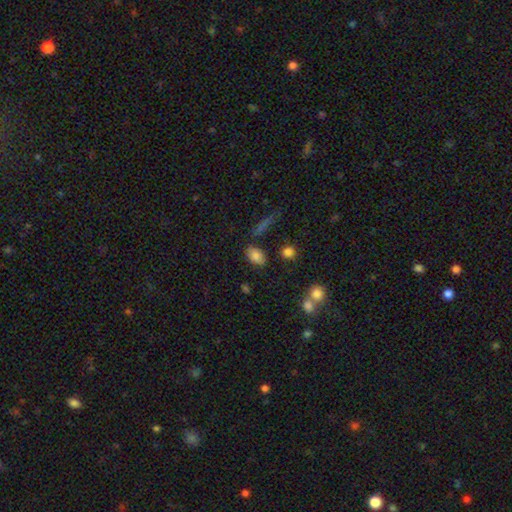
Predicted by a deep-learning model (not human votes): Overall: smooth (81%). How rounded: in between (87%). Merging: none (76%).